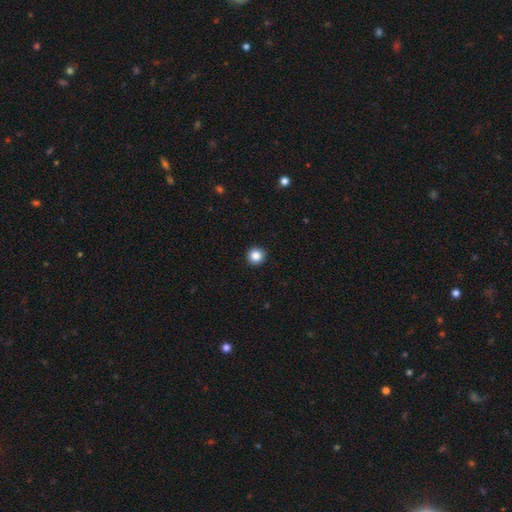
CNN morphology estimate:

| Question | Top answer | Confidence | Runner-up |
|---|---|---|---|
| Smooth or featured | smooth | 86% | star or artifact (10%) |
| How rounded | round | 95% | in between (4%) |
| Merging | none | 94% | minor disturbance (4%) |